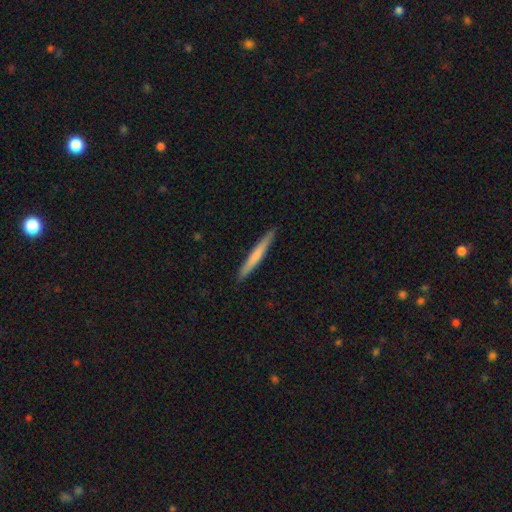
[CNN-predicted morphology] type=smooth (64%); roundness=cigar-shaped (97%); merging=none (92%).